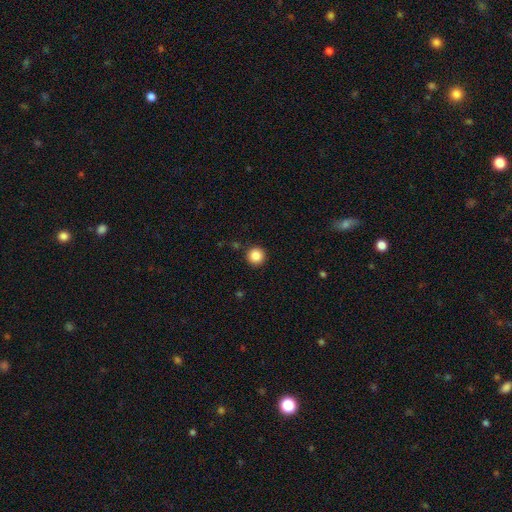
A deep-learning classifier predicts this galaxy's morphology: smooth-or-featured: smooth: 86% | star or artifact: 10% | featured or disk: 4%
  how-rounded: round: 96% | in between: 3% | cigar-shaped: 1%
  merging: none: 92% | minor disturbance: 5% | major disturbance: 2% | merger: 1%